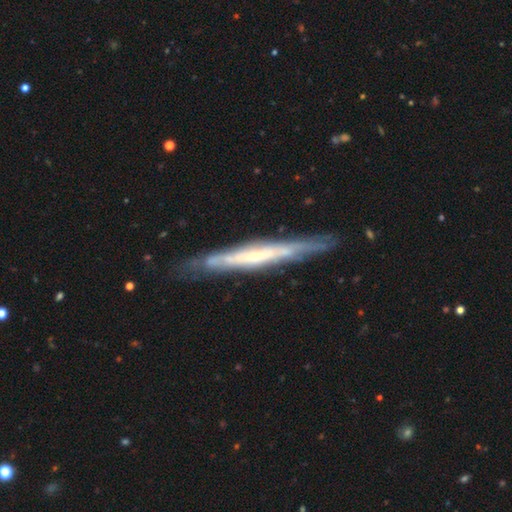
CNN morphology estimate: Q: Smooth or featured?
A: featured or disk (72%); runner-up: smooth (22%)
Q: Edge-on disk?
A: yes (85%); runner-up: no (15%)
Q: Edge-on bulge?
A: none (60%); runner-up: rounded (30%)
Q: Merging?
A: none (80%); runner-up: minor disturbance (15%)